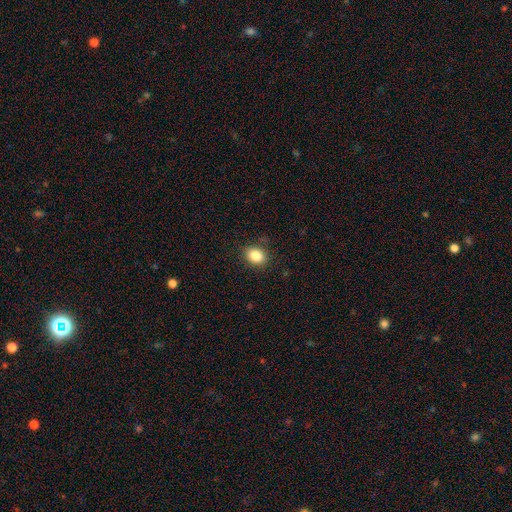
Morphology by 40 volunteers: Smooth or featured: smooth — 80% (featured or disk — 10%)
How rounded: round — 50% (tied with in between — 50%)
Merging: none — 92% (minor disturbance — 6%)